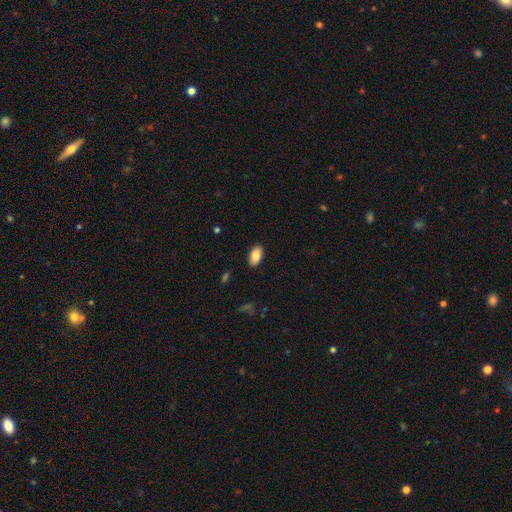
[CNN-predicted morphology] smooth_or_featured: smooth (p=0.87) [alt: star or artifact p=0.07]
how_rounded: in between (p=0.94) [alt: round p=0.03]
merging: none (p=0.89) [alt: minor disturbance p=0.08]